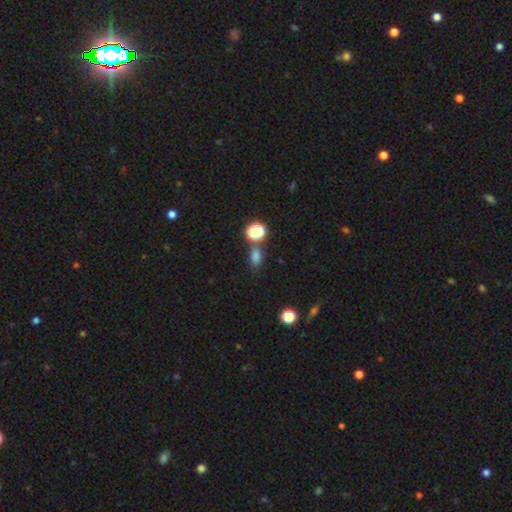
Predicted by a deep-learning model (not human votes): Q: Smooth or featured?
A: smooth (72%); runner-up: star or artifact (22%)
Q: How rounded?
A: in between (71%); runner-up: round (25%)
Q: Merging?
A: none (68%); runner-up: merger (14%)